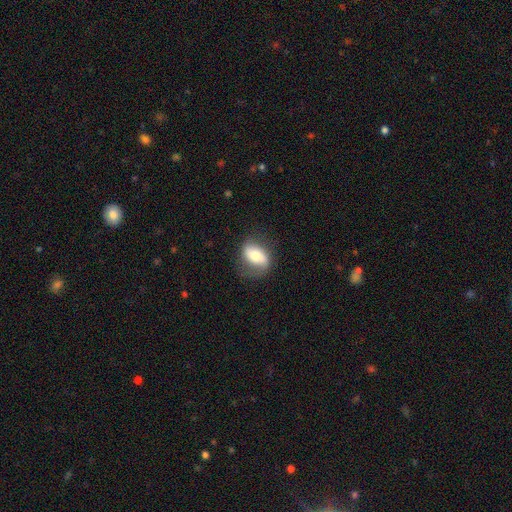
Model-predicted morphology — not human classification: Smooth or featured: smooth — 47% (featured or disk — 46%)
Merging: none — 66% (minor disturbance — 22%)